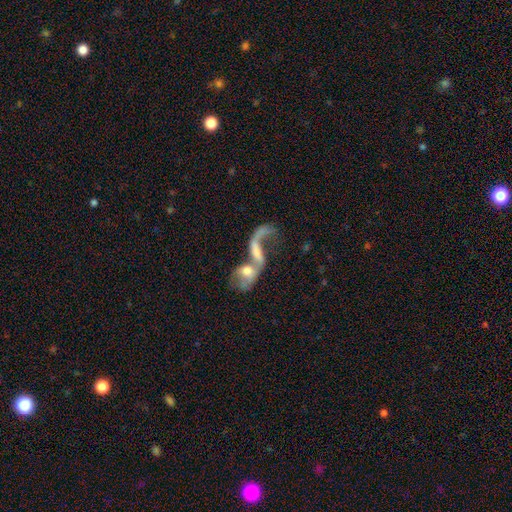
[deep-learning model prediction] smooth_or_featured: featured or disk (p=0.70) [alt: smooth p=0.19]
disk_edge_on: no (p=0.92) [alt: yes p=0.08]
bar: no (p=0.59) [alt: weak p=0.30]
has_spiral_arms: yes (p=0.71) [alt: no p=0.29]
bulge_size: moderate (p=0.41) [alt: small p=0.36]
merging: merger (p=0.62) [alt: major disturbance p=0.17]